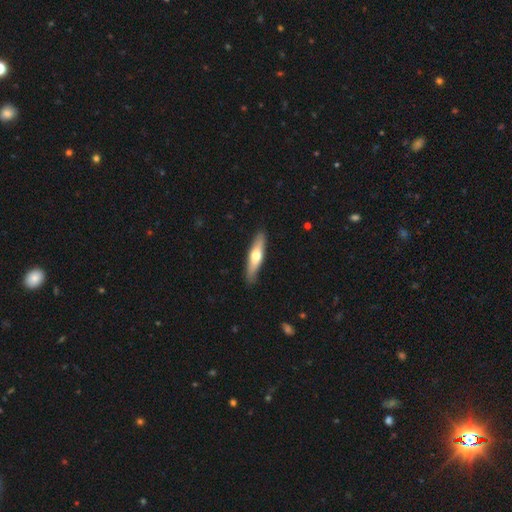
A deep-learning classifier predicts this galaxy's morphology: type=smooth (52%); roundness=cigar-shaped (78%); merging=none (89%).